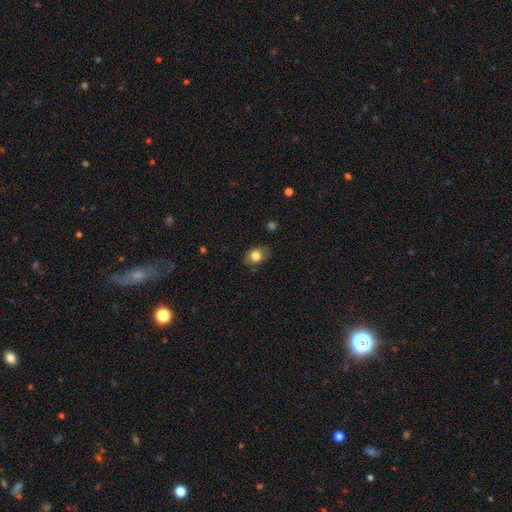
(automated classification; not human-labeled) Smooth or featured?
  - smooth: 78% *
  - featured or disk: 14%
  - star or artifact: 9%
How rounded?
  - in between: 72% *
  - round: 27%
  - cigar-shaped: 1%
Merging?
  - none: 77% *
  - minor disturbance: 18%
  - major disturbance: 4%
  - merger: 1%